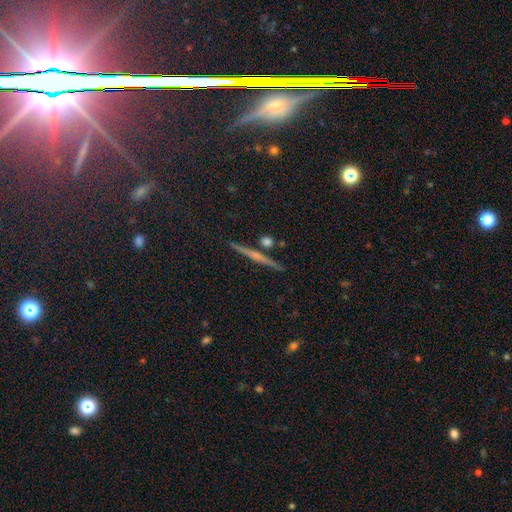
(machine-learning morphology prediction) Overall: featured or disk (64%; smooth 24%). Edge-on disk: yes (98%). Edge-on bulge: rounded (48%; none 42%). Merging: none (90%).